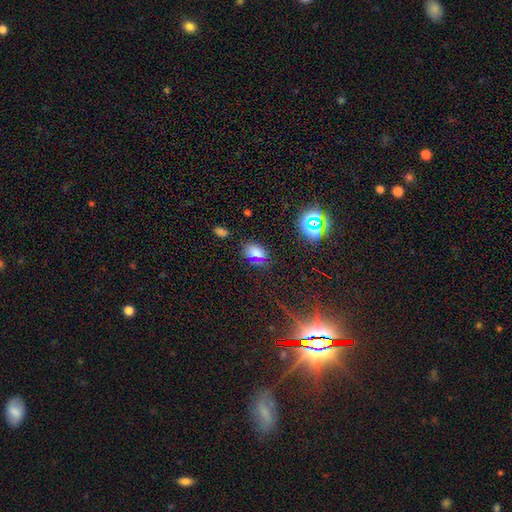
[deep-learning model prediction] Q: Smooth or featured?
A: smooth (67%); runner-up: star or artifact (26%)
Q: How rounded?
A: in between (81%); runner-up: round (17%)
Q: Merging?
A: none (76%); runner-up: minor disturbance (15%)